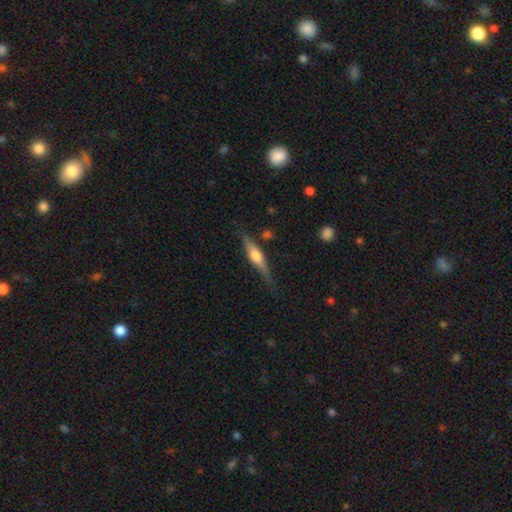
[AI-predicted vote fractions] Smooth or featured? Predicted: featured or disk (p=0.61). Edge-on disk? Predicted: yes (p=0.96). Edge-on bulge? Predicted: rounded (p=0.90). Merging? Predicted: none (p=0.75).